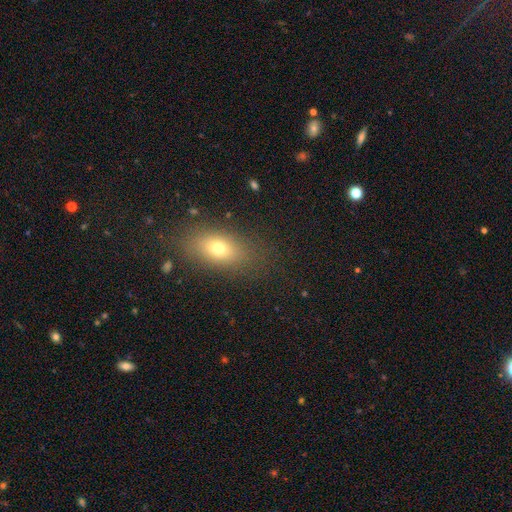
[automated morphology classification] Q: Smooth or featured?
A: smooth (68%); runner-up: star or artifact (16%)
Q: How rounded?
A: in between (77%); runner-up: round (12%)
Q: Merging?
A: none (84%); runner-up: minor disturbance (10%)